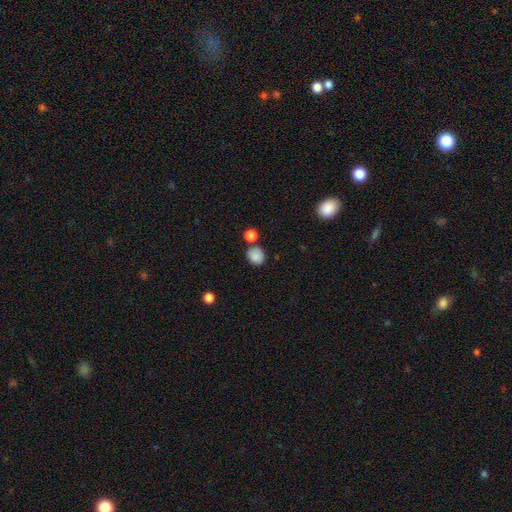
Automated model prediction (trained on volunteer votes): The model was most divided on "how rounded": round: 77%, in between: 22%, cigar-shaped: 1%. More confident: smooth or featured — smooth (86%); merging — none (72%).